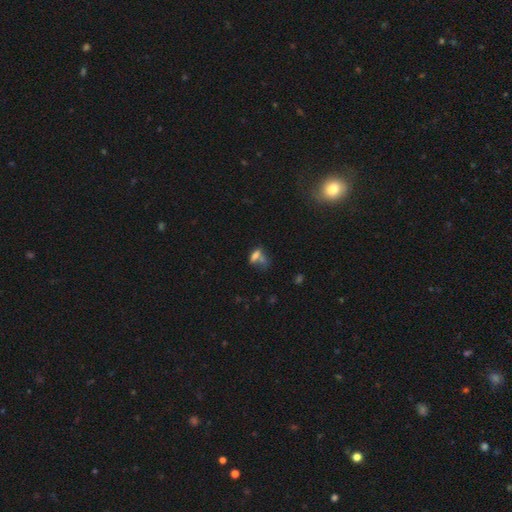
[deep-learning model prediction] Q: Smooth or featured?
A: smooth (63%); runner-up: featured or disk (19%)
Q: How rounded?
A: in between (66%); runner-up: cigar-shaped (22%)
Q: Merging?
A: merger (36%); runner-up: none (31%)